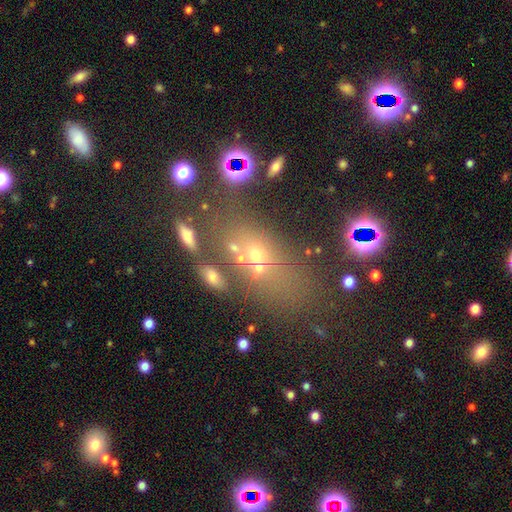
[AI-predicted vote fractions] smooth 47%, star or artifact 28%, featured or disk 25%. Down the decision tree: merging — none (39%).